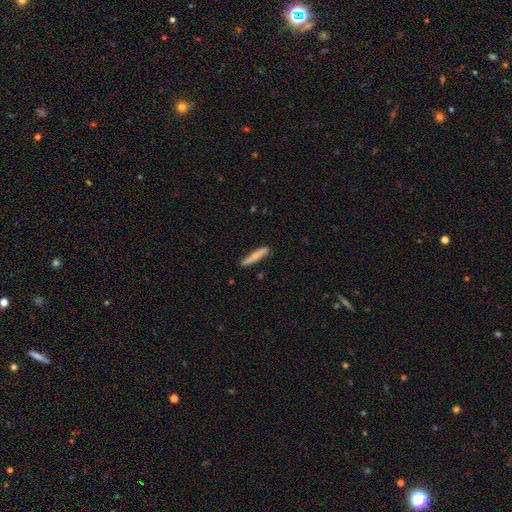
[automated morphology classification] The model was most divided on "smooth or featured": smooth: 68%, featured or disk: 26%, star or artifact: 6%. More confident: how rounded — cigar-shaped (90%); merging — none (82%).